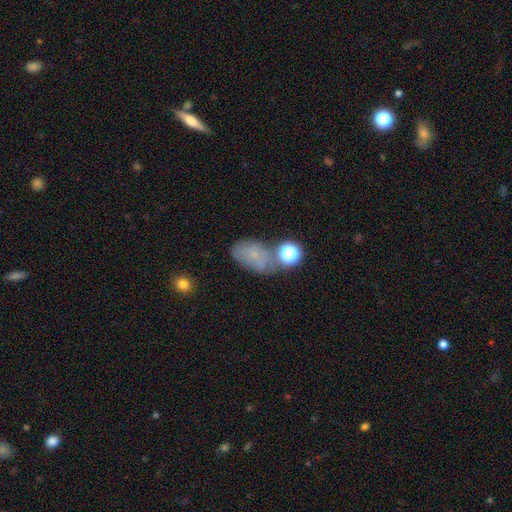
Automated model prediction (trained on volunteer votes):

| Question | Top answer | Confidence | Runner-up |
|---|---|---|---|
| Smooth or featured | smooth | 47% | featured or disk (31%) |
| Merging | none | 57% | minor disturbance (20%) |